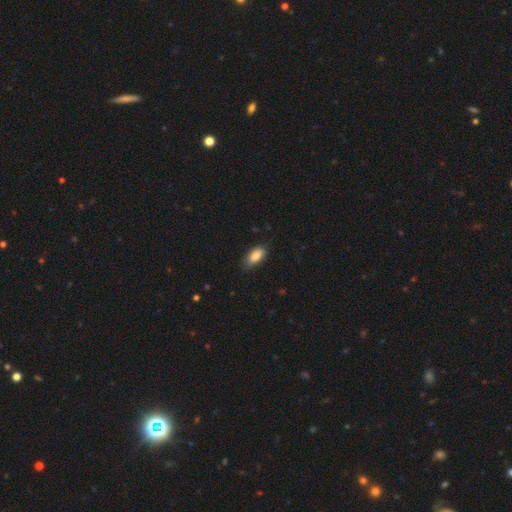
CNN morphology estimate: This appears to be a smooth galaxy with no disk features (86%) that is in between round and cigar-shaped (91%). Merging: none (76%).